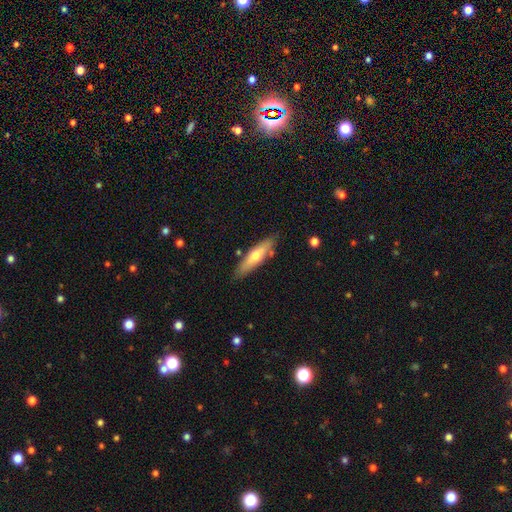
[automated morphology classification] Overall: smooth (56%; featured or disk 39%). How rounded: cigar-shaped (69%; in between 29%). Merging: none (83%).